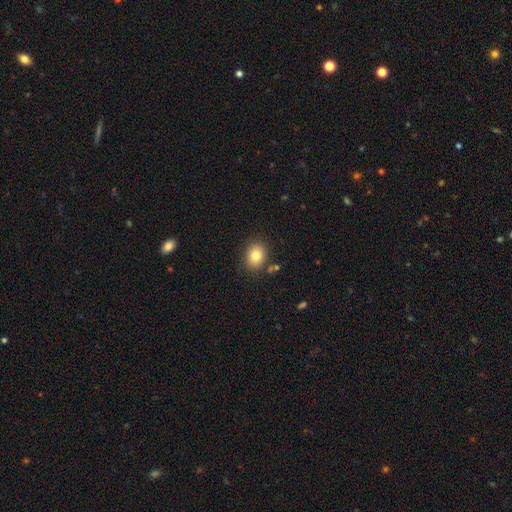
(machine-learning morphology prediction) A smooth galaxy with no disk features (82%) that is in between round and cigar-shaped (56%). Merging: none (84%).